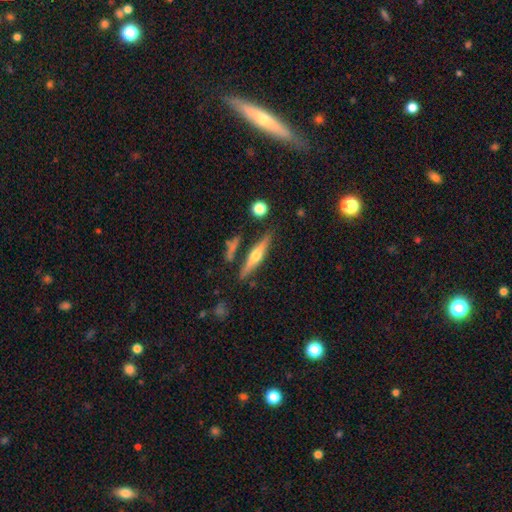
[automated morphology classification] Smooth or featured: featured or disk — 63% (smooth — 31%)
Edge-on disk: yes — 95% (no — 5%)
Edge-on bulge: rounded — 92% (none — 5%)
Merging: none — 79% (minor disturbance — 12%)